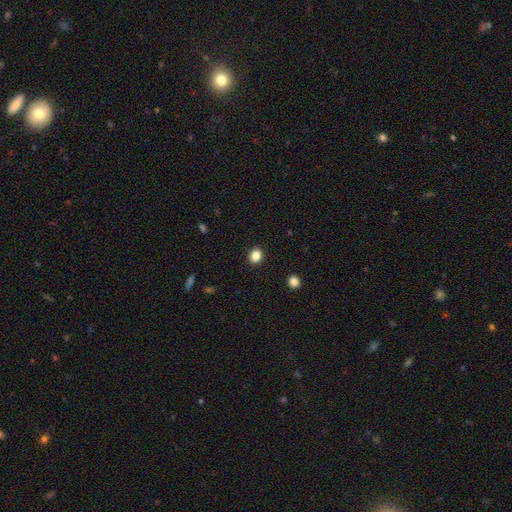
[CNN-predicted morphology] type=smooth (86%); roundness=round (61%); merging=none (91%).